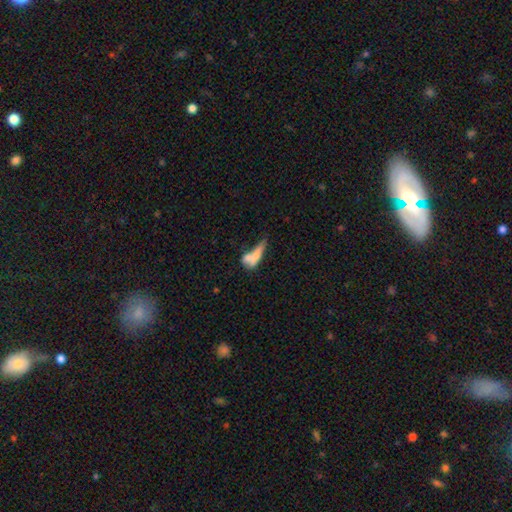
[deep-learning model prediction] Smooth or featured? Predicted: smooth (p=0.59). How rounded? Predicted: cigar-shaped (p=0.54). Merging? Predicted: merger (p=0.45).